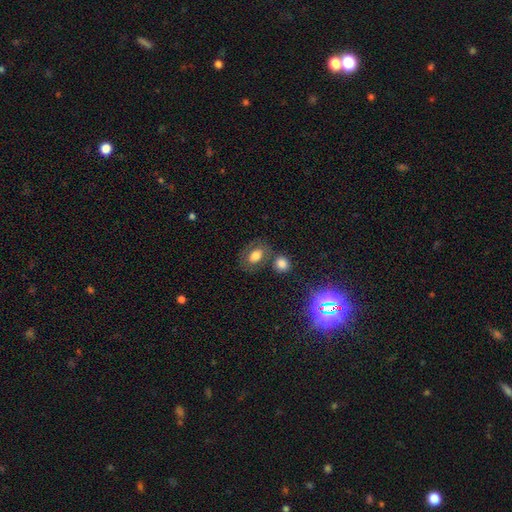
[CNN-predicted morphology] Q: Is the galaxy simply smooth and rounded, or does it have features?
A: smooth — 69%.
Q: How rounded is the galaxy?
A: in between — 73%.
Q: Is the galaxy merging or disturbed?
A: none — 61%.